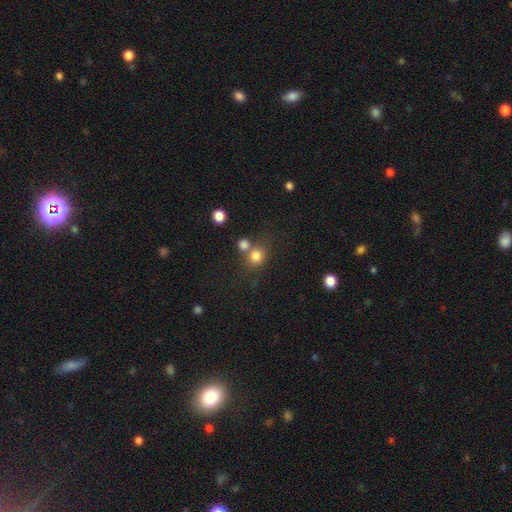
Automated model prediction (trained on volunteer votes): Smooth or featured? Predicted: smooth (p=0.79). How rounded? Predicted: round (p=0.80). Merging? Predicted: none (p=0.56).